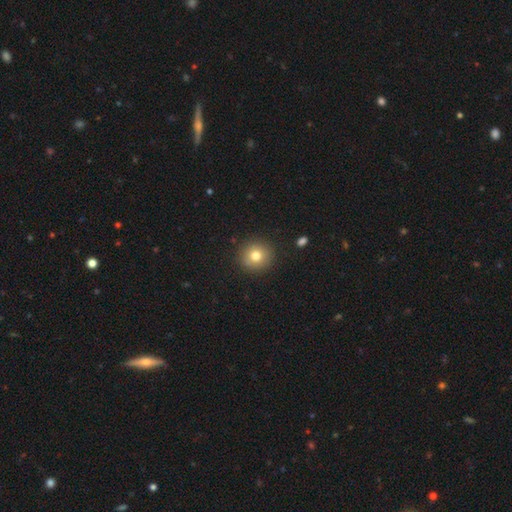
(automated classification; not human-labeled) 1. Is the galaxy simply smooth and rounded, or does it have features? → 78% smooth, 11% star or artifact, 11% featured or disk.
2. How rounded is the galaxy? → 93% round, 6% in between, 1% cigar-shaped.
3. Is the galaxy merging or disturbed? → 90% none, 6% minor disturbance, 2% major disturbance, 1% merger.